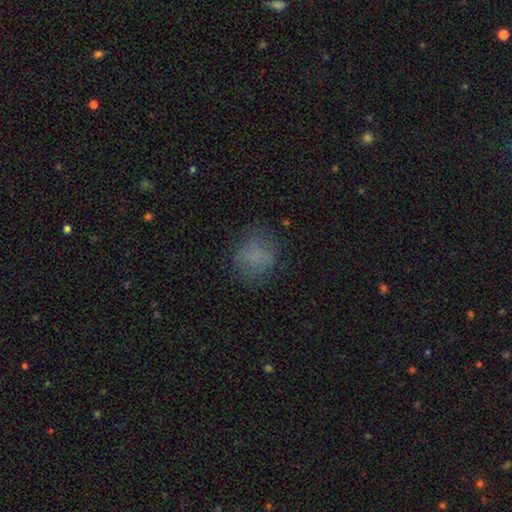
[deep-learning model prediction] Q: Smooth or featured?
A: smooth (73%); runner-up: featured or disk (14%)
Q: How rounded?
A: round (72%); runner-up: in between (27%)
Q: Merging?
A: none (72%); runner-up: minor disturbance (17%)